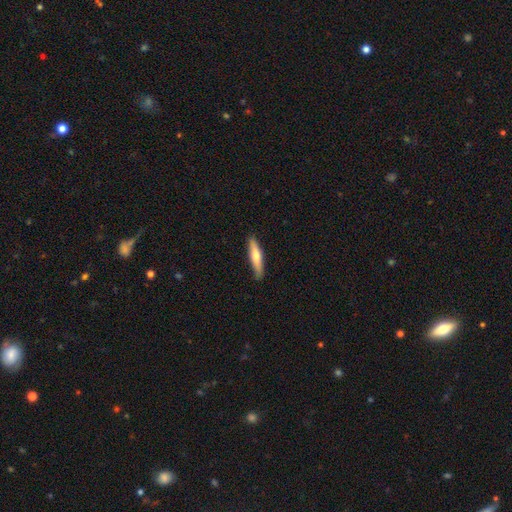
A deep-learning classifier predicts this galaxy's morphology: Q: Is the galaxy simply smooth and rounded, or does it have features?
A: smooth — 63%.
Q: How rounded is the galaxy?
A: cigar-shaped — 86%.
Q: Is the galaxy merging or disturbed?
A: none — 86%.